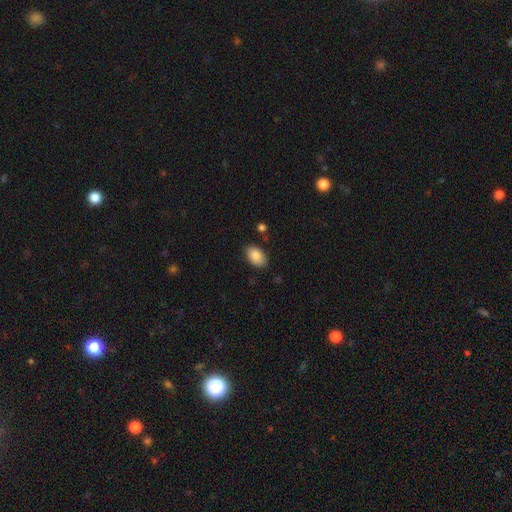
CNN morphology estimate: smooth-or-featured: smooth: 87% | star or artifact: 7% | featured or disk: 6%
  how-rounded: in between: 92% | round: 6% | cigar-shaped: 1%
  merging: none: 83% | minor disturbance: 12% | major disturbance: 3% | merger: 2%